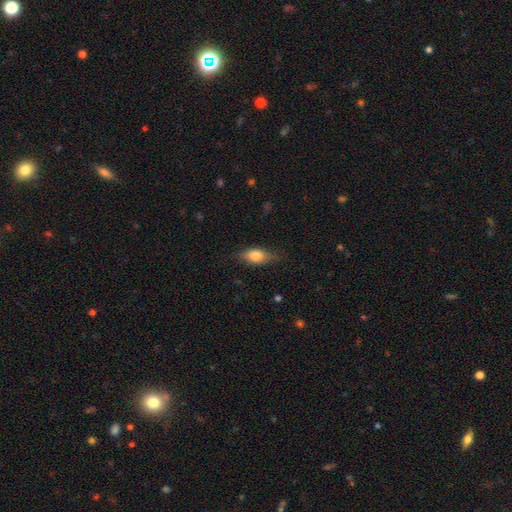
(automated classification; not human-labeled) smooth-or-featured: smooth: 72% | featured or disk: 21% | star or artifact: 7%
  how-rounded: in between: 81% | cigar-shaped: 12% | round: 7%
  merging: none: 75% | minor disturbance: 20% | major disturbance: 5% | merger: 1%